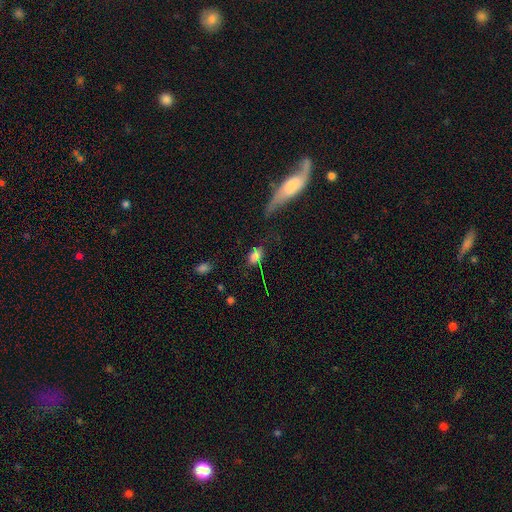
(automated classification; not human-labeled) This appears to be a smooth galaxy with no disk features (63%) that is in between round and cigar-shaped (74%). Merging: none (56%).